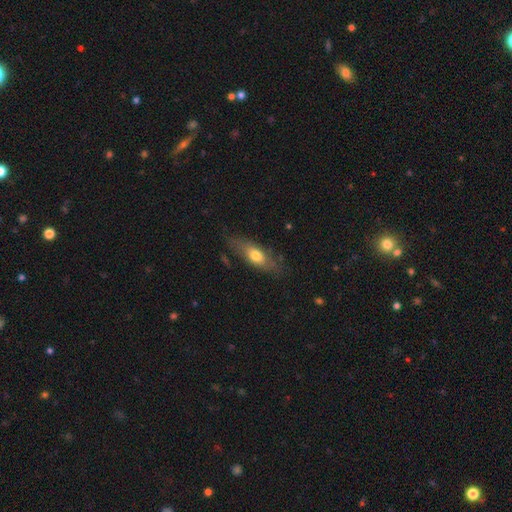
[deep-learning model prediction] A smooth galaxy with no disk features (61%) that is in between round and cigar-shaped (69%). Merging: none (69%).